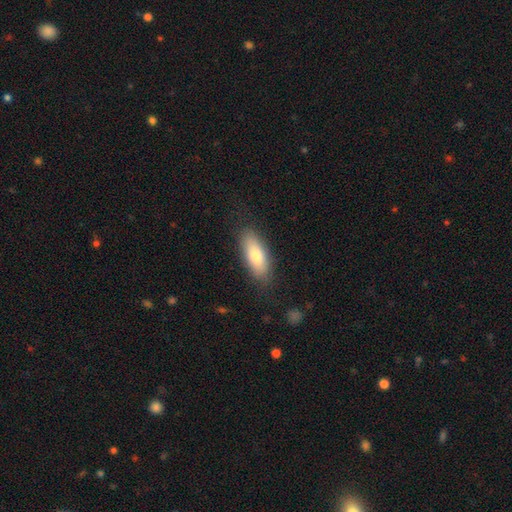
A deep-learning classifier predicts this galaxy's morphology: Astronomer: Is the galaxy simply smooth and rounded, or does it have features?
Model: smooth — 73%.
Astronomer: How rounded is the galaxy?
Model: in between — 76%.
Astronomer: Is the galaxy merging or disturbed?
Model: none — 82%.